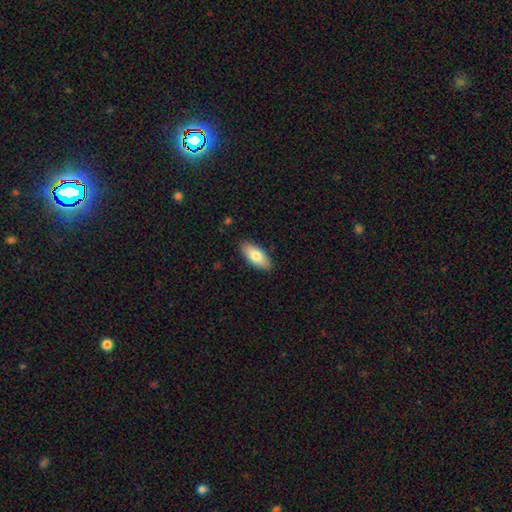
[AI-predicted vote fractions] Smooth or featured? smooth (78%)
How rounded? in between (87%)
Merging? none (88%)